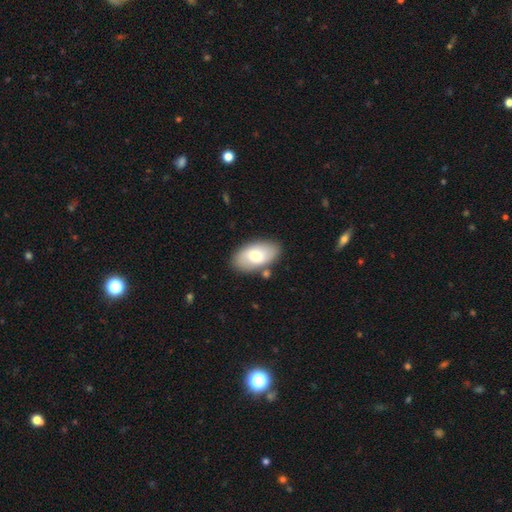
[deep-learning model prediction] The model was most divided on "smooth or featured": smooth: 69%, featured or disk: 25%, star or artifact: 6%. More confident: how rounded — in between (94%); merging — none (77%).